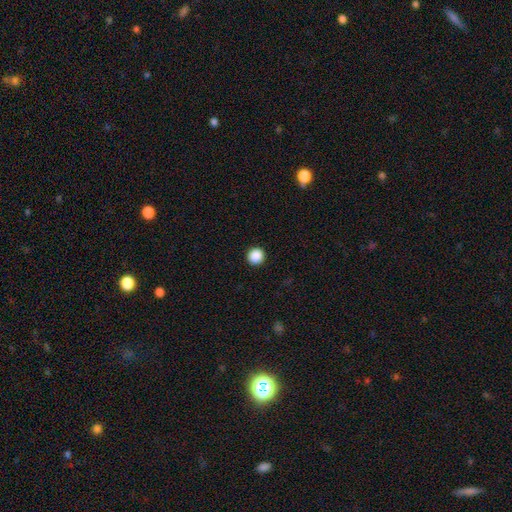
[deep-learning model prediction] Smooth or featured? Predicted: smooth (p=0.89). How rounded? Predicted: round (p=0.95). Merging? Predicted: none (p=0.93).